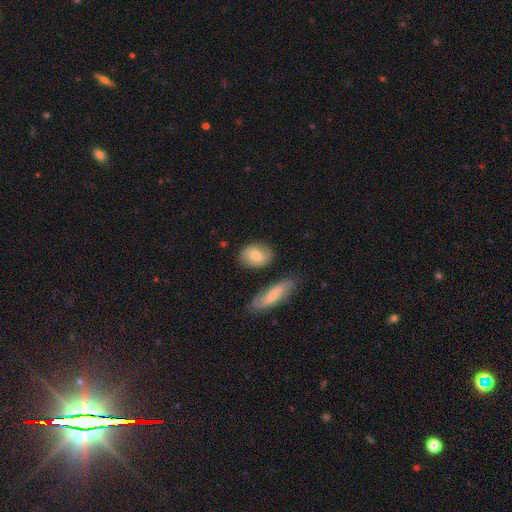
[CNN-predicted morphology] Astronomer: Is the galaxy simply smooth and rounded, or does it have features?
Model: smooth — 67%.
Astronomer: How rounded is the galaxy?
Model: in between — 66%.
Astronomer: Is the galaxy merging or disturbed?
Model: none — 73%.